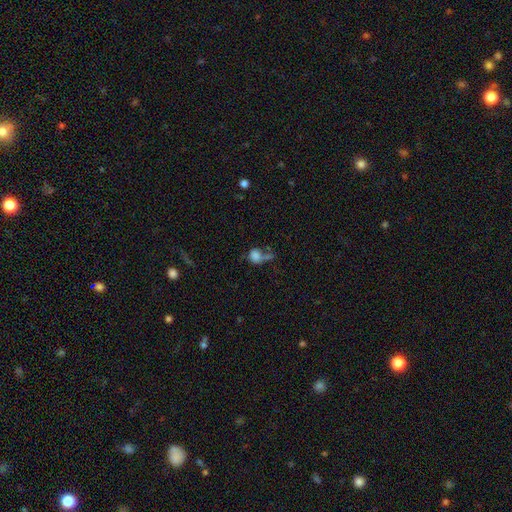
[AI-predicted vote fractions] A smooth galaxy with no disk features (73%) that is round (62%). Merging: none (31%).